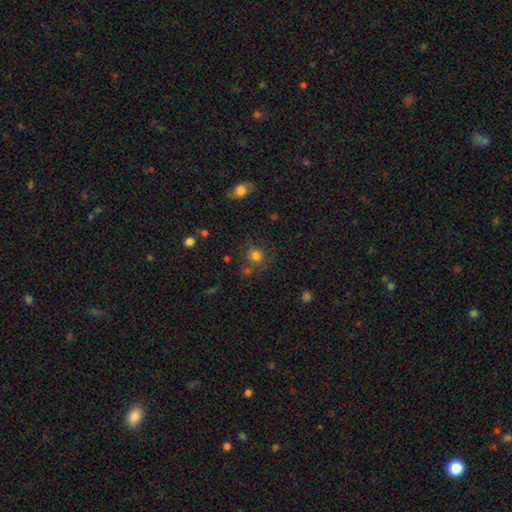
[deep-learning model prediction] smooth 77%, star or artifact 14%, featured or disk 9%. Down the decision tree: how rounded — round (88%); merging — none (70%).